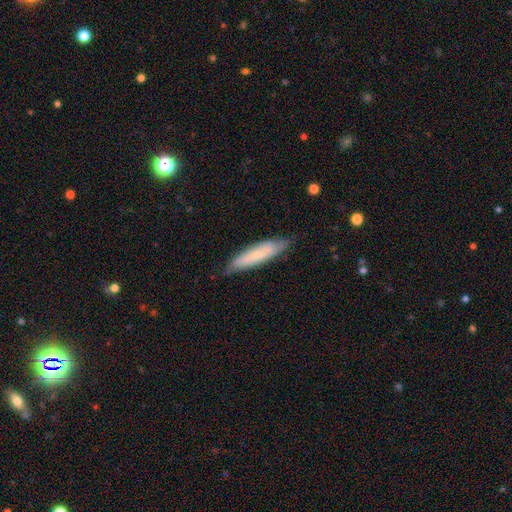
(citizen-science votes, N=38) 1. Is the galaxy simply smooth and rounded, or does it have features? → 66% smooth, 24% featured or disk, 11% star or artifact.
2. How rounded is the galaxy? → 64% cigar-shaped, 36% in between, 0% round.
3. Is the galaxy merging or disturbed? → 82% none, 15% minor disturbance, 3% merger, 0% major disturbance.